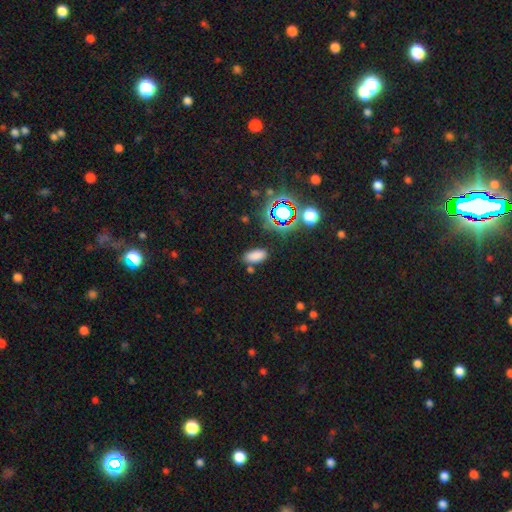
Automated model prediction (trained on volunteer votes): Smooth or featured?
  - smooth: 76% *
  - star or artifact: 18%
  - featured or disk: 5%
How rounded?
  - in between: 90% *
  - cigar-shaped: 6%
  - round: 4%
Merging?
  - none: 81% *
  - minor disturbance: 11%
  - merger: 5%
  - major disturbance: 3%